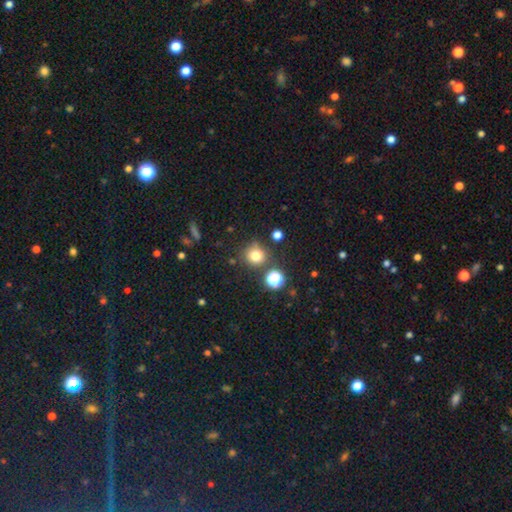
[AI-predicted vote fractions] This appears to be a smooth galaxy with no disk features (75%) that is round (90%). Merging: none (78%).